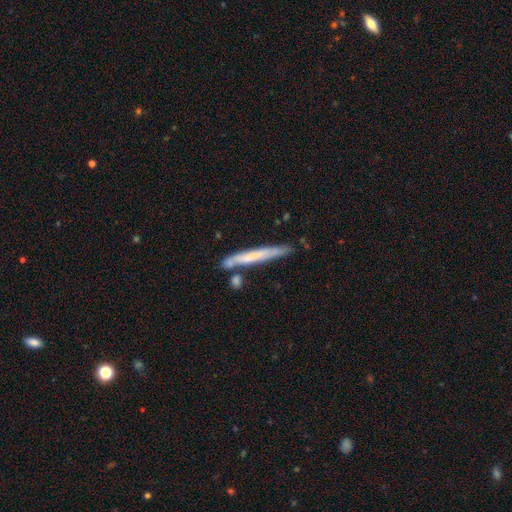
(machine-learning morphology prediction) The model was most divided on "smooth or featured": smooth: 51%, featured or disk: 42%, star or artifact: 6%. More confident: how rounded — cigar-shaped (96%); merging — none (74%).